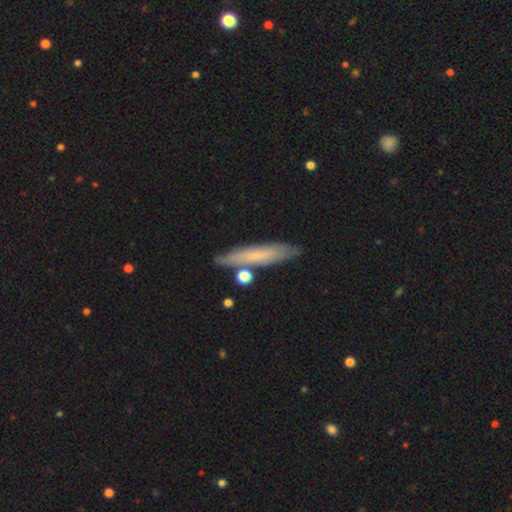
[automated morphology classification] Overall: smooth (60%; featured or disk 33%). How rounded: cigar-shaped (87%). Merging: none (81%).